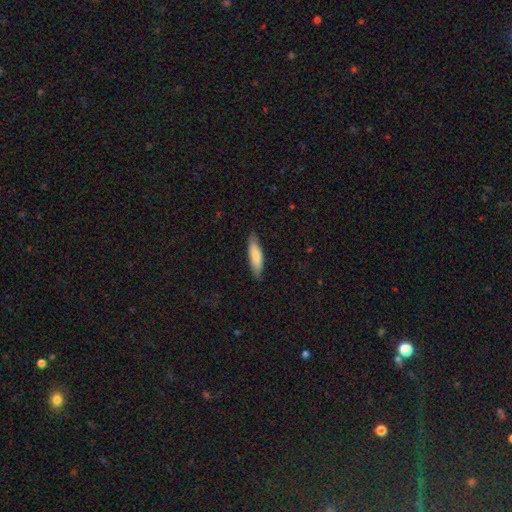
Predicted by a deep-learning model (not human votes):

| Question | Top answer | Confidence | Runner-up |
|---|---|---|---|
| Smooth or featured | smooth | 79% | featured or disk (16%) |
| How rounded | cigar-shaped | 64% | in between (35%) |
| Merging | none | 85% | minor disturbance (12%) |